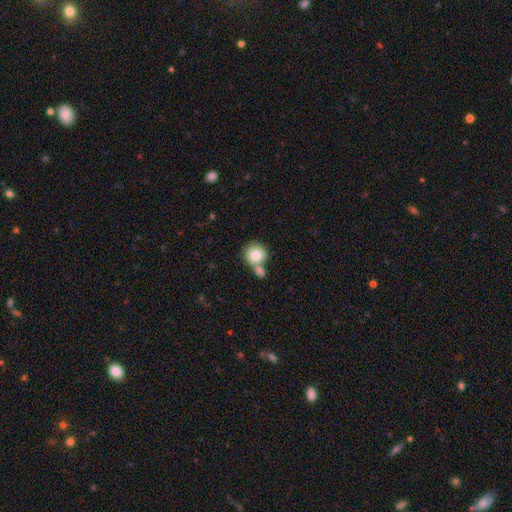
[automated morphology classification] Smooth or featured? smooth (81%)
How rounded? round (87%)
Merging? none (44%)